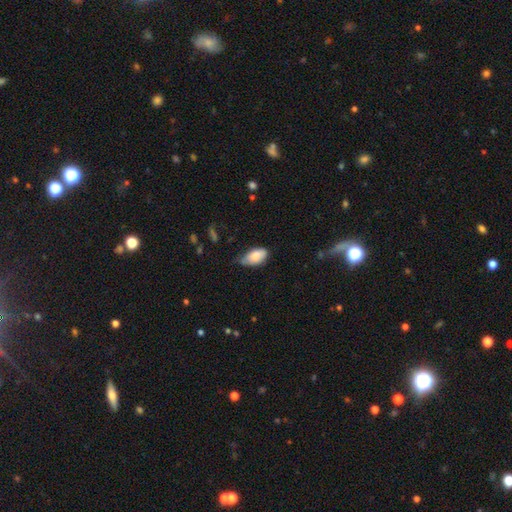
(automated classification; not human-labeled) A smooth galaxy with no disk features (82%) that is in between round and cigar-shaped (93%).

Vote fractions:
- Smooth or featured? smooth: 82% / featured or disk: 12% / star or artifact: 7%
- How rounded? in between: 93% / round: 4% / cigar-shaped: 3%
- Merging? minor disturbance: 48% / none: 39% / major disturbance: 11% / merger: 2%